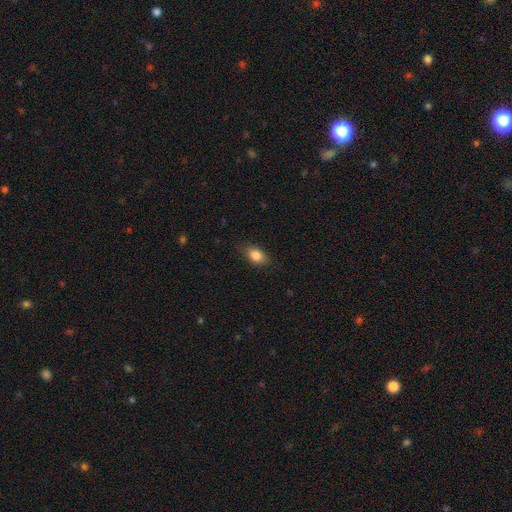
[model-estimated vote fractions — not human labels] Q: Smooth or featured?
A: smooth (83%); runner-up: star or artifact (9%)
Q: How rounded?
A: in between (81%); runner-up: round (16%)
Q: Merging?
A: none (83%); runner-up: minor disturbance (13%)